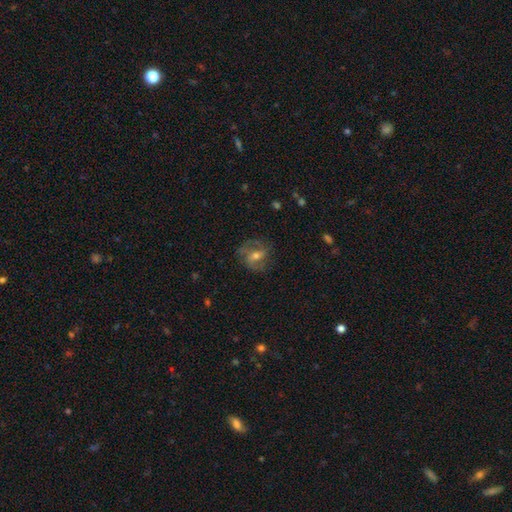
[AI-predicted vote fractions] Smooth or featured? Predicted: featured or disk (p=0.67). Edge-on disk? Predicted: no (p=0.95). Bar? Predicted: weak (p=0.44). Spiral arms? Predicted: yes (p=0.82). Spiral winding? Predicted: medium (p=0.48). Spiral arm count? Predicted: 2 (p=0.66). Bulge size? Predicted: moderate (p=0.60). Merging? Predicted: none (p=0.67).